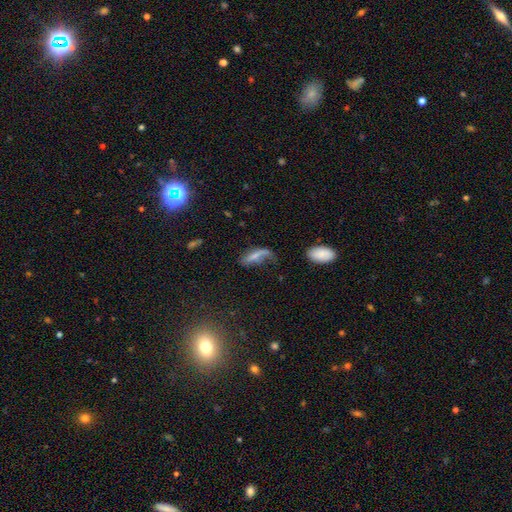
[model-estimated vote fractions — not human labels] smooth_or_featured: smooth (p=0.55) [alt: featured or disk p=0.34]
how_rounded: in between (p=0.57) [alt: cigar-shaped p=0.39]
merging: major disturbance (p=0.33) [tied with: none p=0.33]